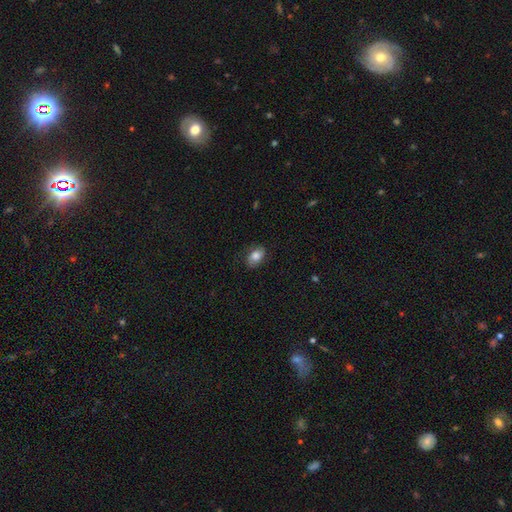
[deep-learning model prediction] smooth 74%, featured or disk 17%, star or artifact 8%. Down the decision tree: how rounded — in between (84%); merging — none (75%).